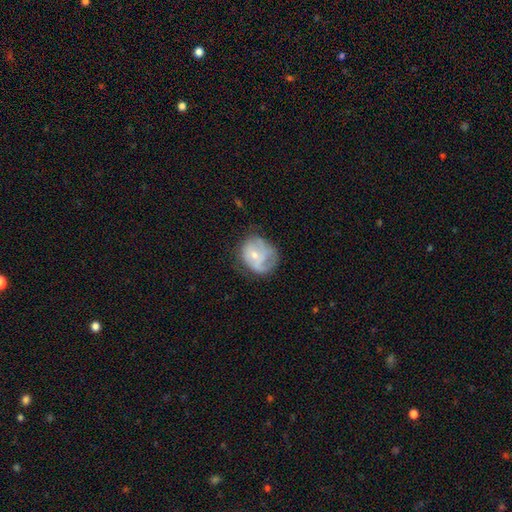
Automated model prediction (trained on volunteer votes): Q: Smooth or featured?
A: featured or disk (52%); runner-up: smooth (40%)
Q: Edge-on disk?
A: no (97%); runner-up: yes (3%)
Q: Bar?
A: no (72%); runner-up: weak (23%)
Q: Spiral arms?
A: yes (60%); runner-up: no (40%)
Q: Bulge size?
A: small (53%); runner-up: moderate (40%)
Q: Merging?
A: none (46%); runner-up: minor disturbance (29%)